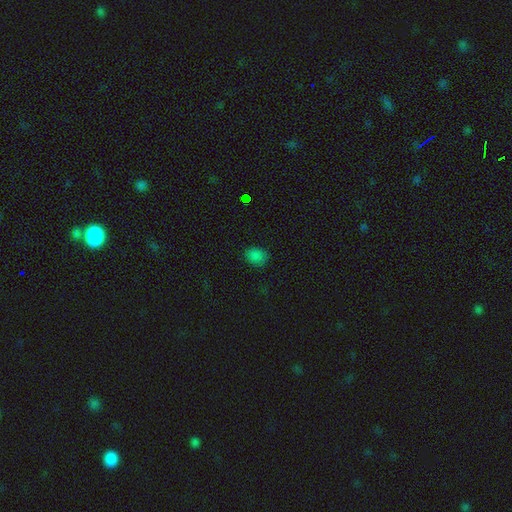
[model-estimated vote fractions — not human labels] Smooth or featured? Predicted: smooth (p=0.81). How rounded? Predicted: in between (p=0.55). Merging? Predicted: none (p=0.84).